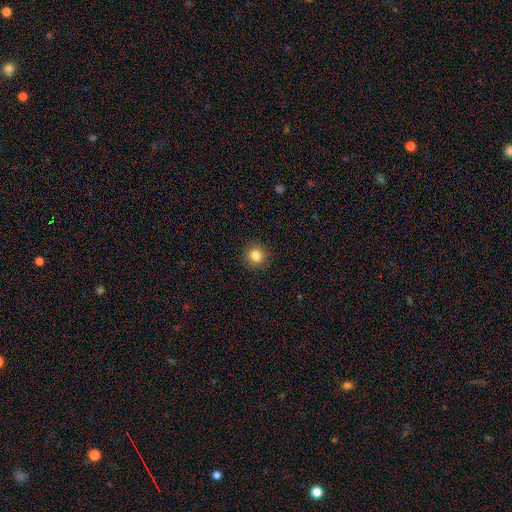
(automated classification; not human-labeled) A smooth galaxy with no disk features (83%) that is round (93%). Merging: none (91%).